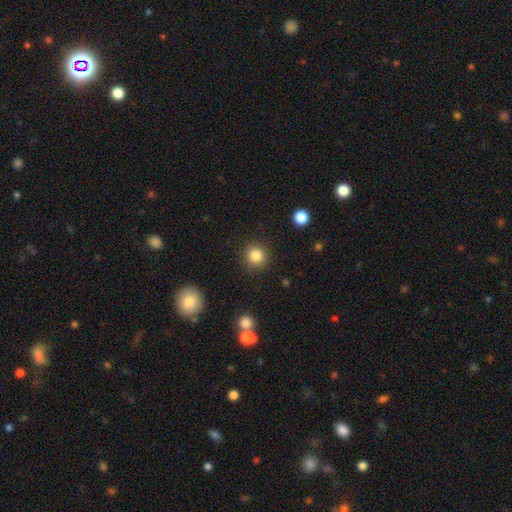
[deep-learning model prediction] smooth-or-featured: smooth: 85% | star or artifact: 11% | featured or disk: 5%
  how-rounded: round: 94% | in between: 5% | cigar-shaped: 1%
  merging: none: 91% | minor disturbance: 6% | major disturbance: 2% | merger: 1%